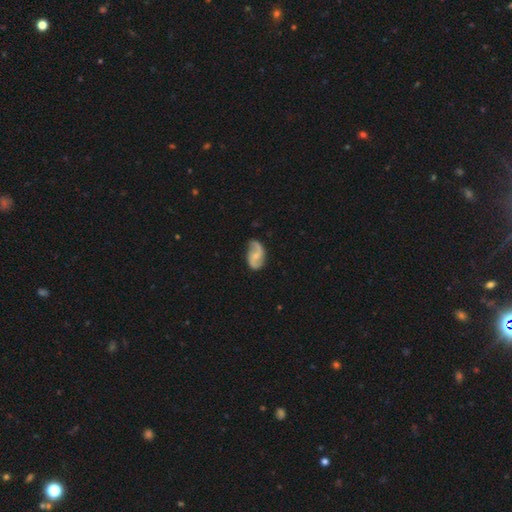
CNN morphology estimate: Smooth or featured?
  - featured or disk: 77% *
  - smooth: 17%
  - star or artifact: 5%
Edge-on disk?
  - no: 97% *
  - yes: 3%
Bar?
  - no: 51% *
  - weak: 39%
  - strong: 10%
Spiral arms?
  - yes: 94% *
  - no: 6%
Spiral winding?
  - loose: 58% *
  - medium: 33%
  - tight: 10%
Spiral arm count?
  - 2: 90% *
  - 1: 4%
  - can't tell: 4%
  - 3: 1%
  - 4: 1%
  - more than 4: 1%
Bulge size?
  - small: 56% *
  - moderate: 29%
  - none: 12%
  - large: 2%
  - dominant: 1%
Merging?
  - none: 72% *
  - minor disturbance: 20%
  - major disturbance: 6%
  - merger: 2%